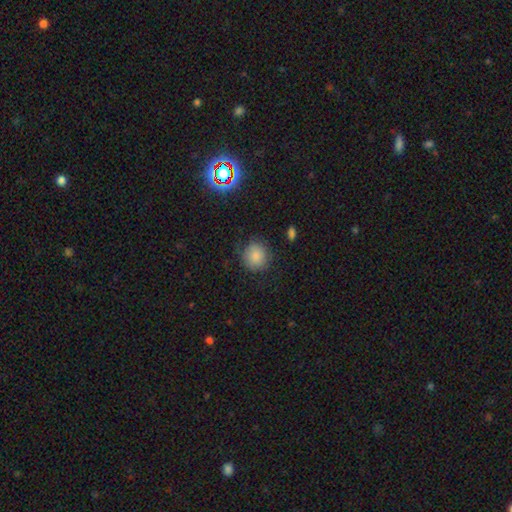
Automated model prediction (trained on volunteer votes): smooth-or-featured: smooth: 82% | star or artifact: 11% | featured or disk: 7%
  how-rounded: round: 86% | in between: 13% | cigar-shaped: 1%
  merging: none: 76% | minor disturbance: 16% | major disturbance: 6% | merger: 2%